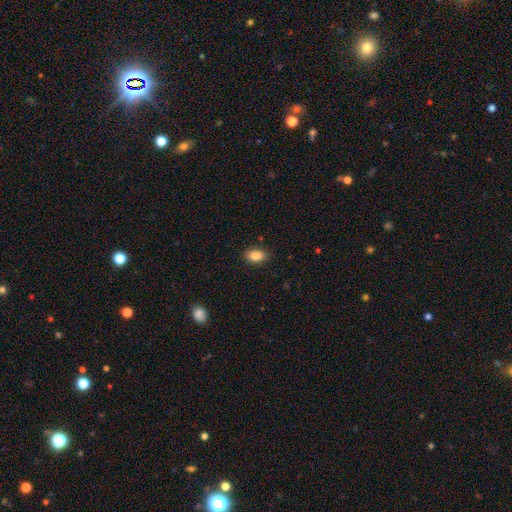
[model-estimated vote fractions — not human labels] Smooth or featured? smooth (86%)
How rounded? in between (90%)
Merging? none (88%)